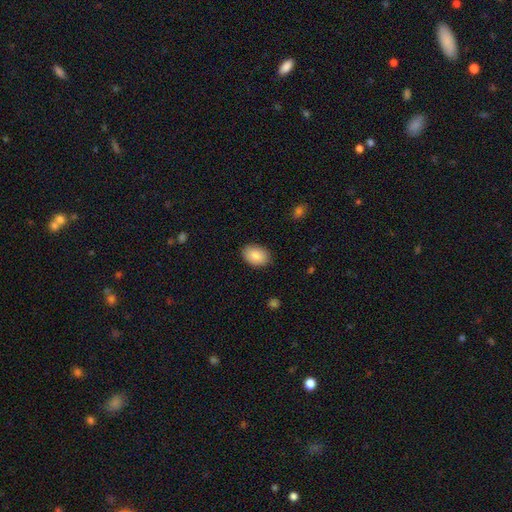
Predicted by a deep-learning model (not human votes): The model was most divided on "how rounded": in between: 86%, round: 13%, cigar-shaped: 1%. More confident: smooth or featured — smooth (88%); merging — none (88%).